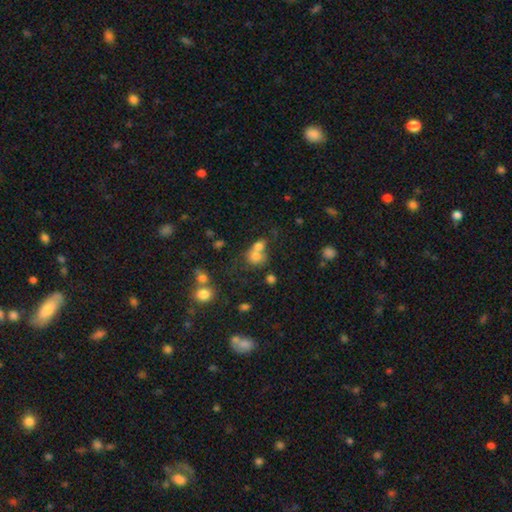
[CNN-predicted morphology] smooth 71%, featured or disk 15%, star or artifact 14%. Down the decision tree: how rounded — round (65%); merging — merger (57%).